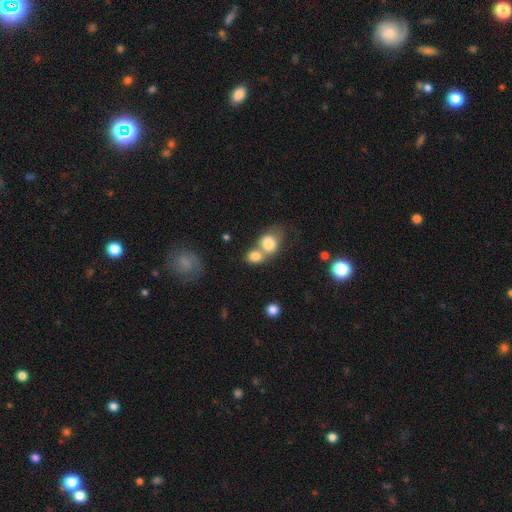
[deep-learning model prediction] A smooth galaxy with no disk features (79%) that is round (58%). Merging: merger (65%).